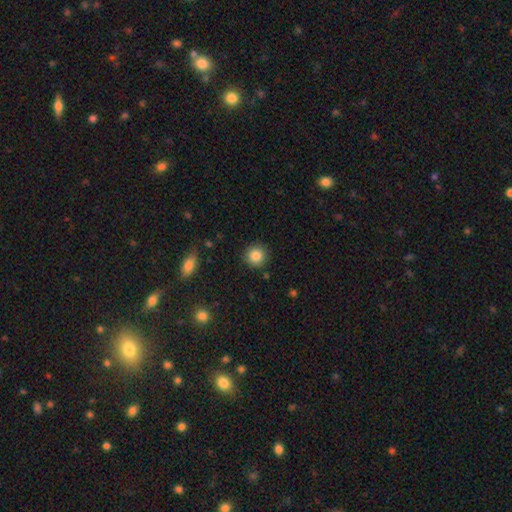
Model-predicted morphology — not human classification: This appears to be a smooth galaxy with no disk features (85%) that is round (92%). Merging: none (89%).